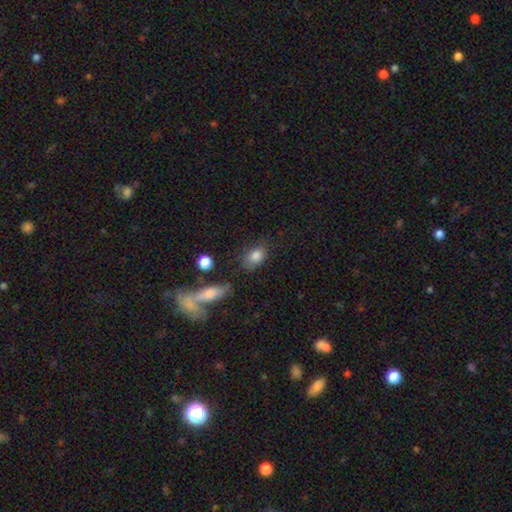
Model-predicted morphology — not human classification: Smooth or featured? smooth (82%)
How rounded? in between (79%)
Merging? none (65%)